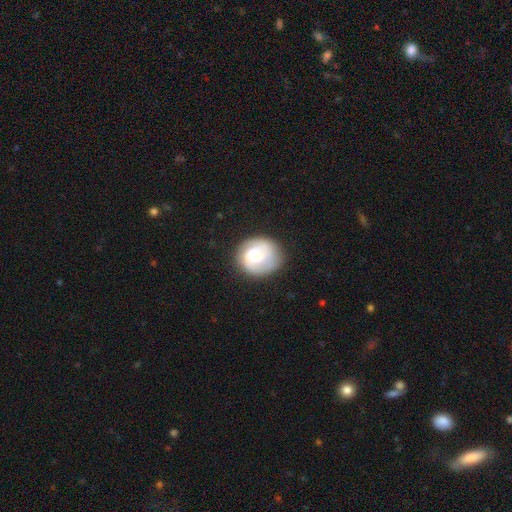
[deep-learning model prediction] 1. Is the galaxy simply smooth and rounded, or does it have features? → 52% featured or disk, 42% smooth, 7% star or artifact.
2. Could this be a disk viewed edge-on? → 98% no, 2% yes.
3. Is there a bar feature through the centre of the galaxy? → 67% no, 28% weak, 5% strong.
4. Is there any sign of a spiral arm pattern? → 84% yes, 16% no.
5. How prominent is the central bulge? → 38% moderate, 37% small, 16% large, 6% none, 3% dominant.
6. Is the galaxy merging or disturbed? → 72% none, 18% minor disturbance, 8% major disturbance, 2% merger.